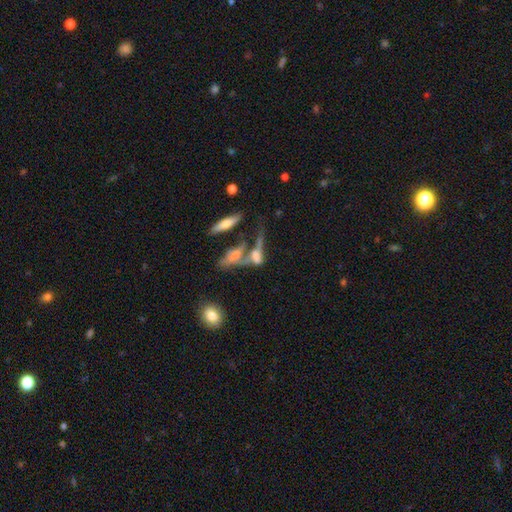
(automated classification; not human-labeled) A smooth galaxy with no disk features (47%). Merging: merger (55%).